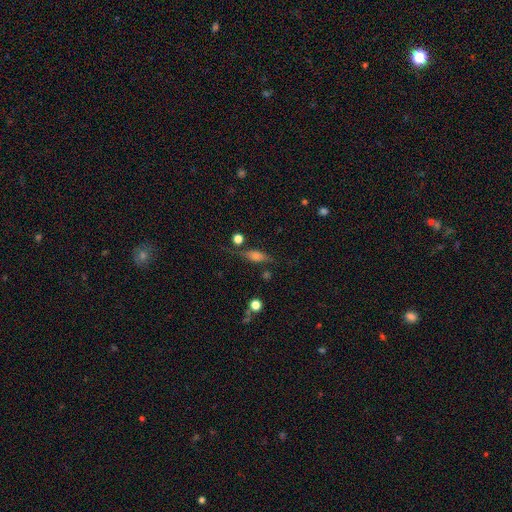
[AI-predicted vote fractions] Q: Smooth or featured?
A: smooth (45%); runner-up: featured or disk (41%)
Q: Merging?
A: none (69%); runner-up: minor disturbance (19%)